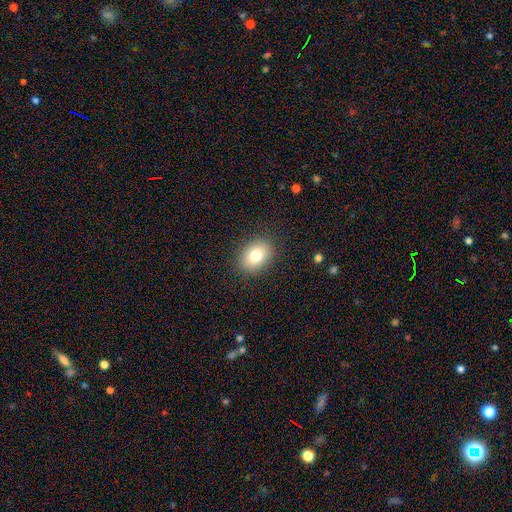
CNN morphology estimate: Smooth or featured? smooth (80%)
How rounded? in between (65%)
Merging? none (88%)